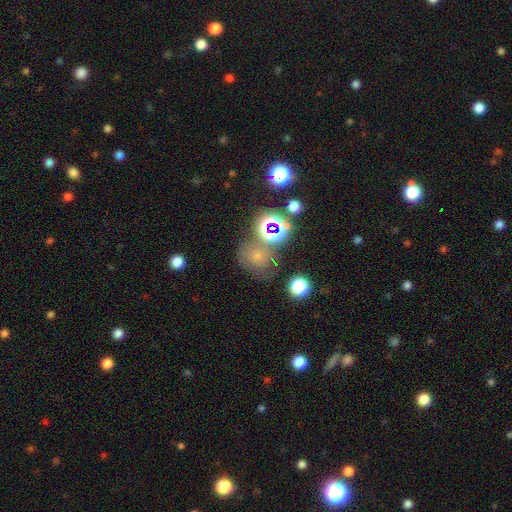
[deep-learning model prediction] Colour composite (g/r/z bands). It shows a smooth galaxy with no disk features (52%) that is round (73%). Merging: none (56%).